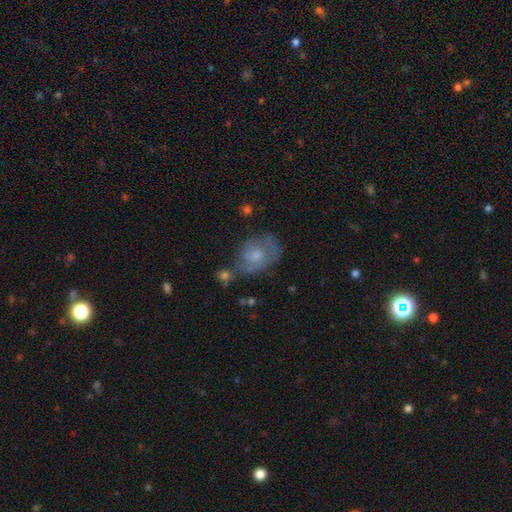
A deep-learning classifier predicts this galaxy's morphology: type=smooth (50%); merging=none (39%).